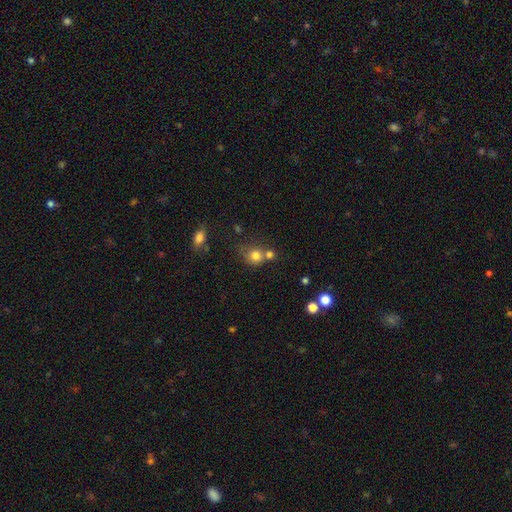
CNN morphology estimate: smooth 78%, star or artifact 13%, featured or disk 9%. Down the decision tree: how rounded — round (82%); merging — none (50%).